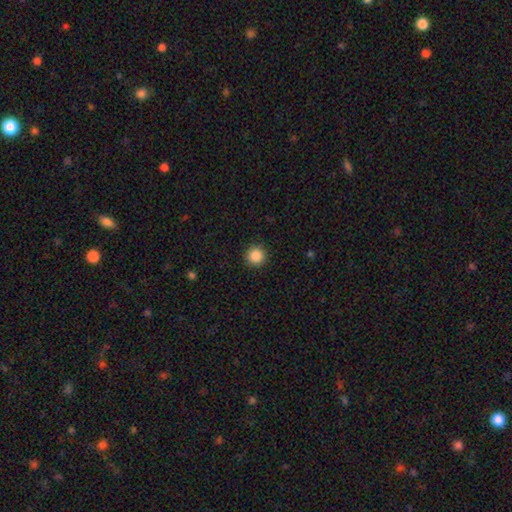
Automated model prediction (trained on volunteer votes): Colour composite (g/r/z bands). It shows a smooth galaxy with no disk features (87%) that is round (96%). Merging: none (92%).